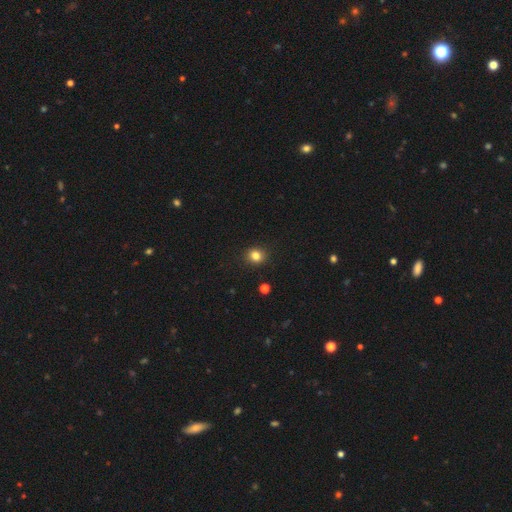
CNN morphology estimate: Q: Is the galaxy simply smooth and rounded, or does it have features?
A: smooth — 83%.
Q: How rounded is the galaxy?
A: round — 82%.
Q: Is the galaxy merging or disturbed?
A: none — 90%.